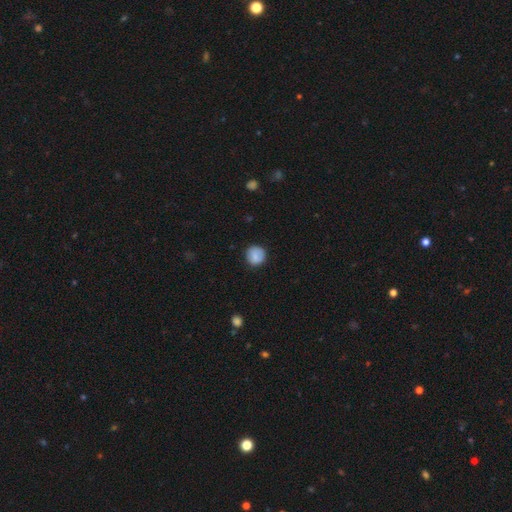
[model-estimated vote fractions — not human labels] Smooth or featured?
  - smooth: 84% *
  - featured or disk: 8%
  - star or artifact: 8%
How rounded?
  - round: 92% *
  - in between: 7%
  - cigar-shaped: 1%
Merging?
  - none: 85% *
  - minor disturbance: 12%
  - major disturbance: 3%
  - merger: 1%